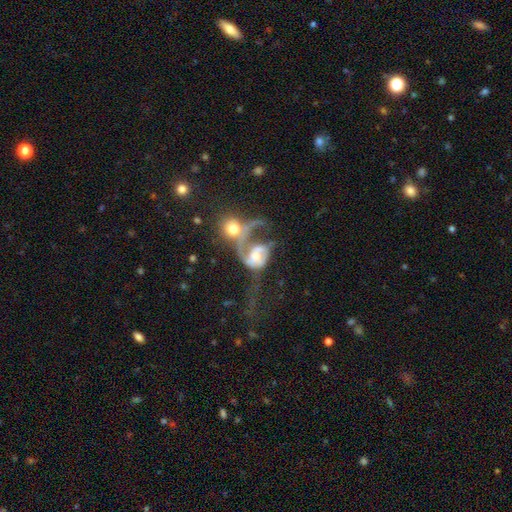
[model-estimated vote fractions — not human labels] Morphology: type=featured or disk (69%); edge-on=no (96%); bar=no (63%); spiral arms=yes (80%); winding=loose (52%); arm count=2 (56%); bulge=moderate (53%); merging=merger (61%).